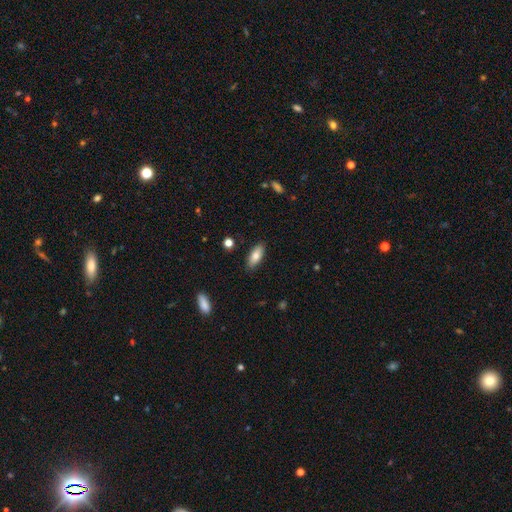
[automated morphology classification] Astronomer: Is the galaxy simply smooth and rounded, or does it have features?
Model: smooth — 80%.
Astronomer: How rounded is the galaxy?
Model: in between — 79%.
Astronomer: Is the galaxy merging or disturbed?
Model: none — 87%.